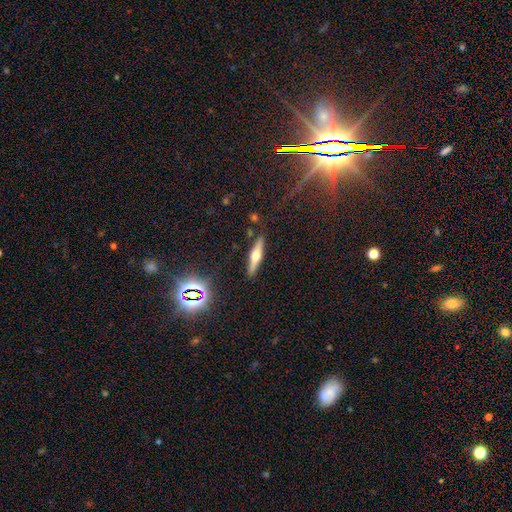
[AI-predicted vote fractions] Smooth or featured? Predicted: featured or disk (p=0.54). Edge-on disk? Predicted: yes (p=0.94). Edge-on bulge? Predicted: rounded (p=0.91). Merging? Predicted: none (p=0.88).